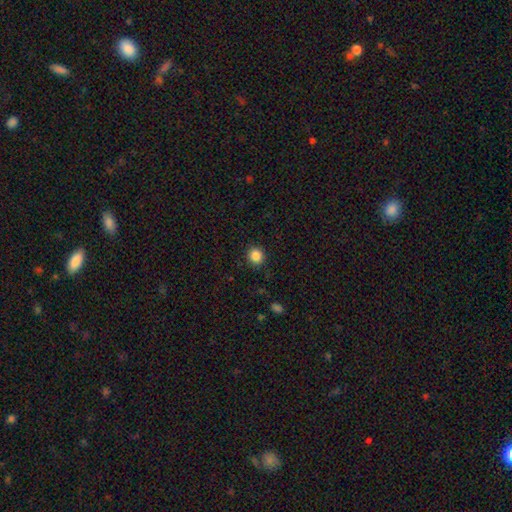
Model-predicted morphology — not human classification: This appears to be a smooth galaxy with no disk features (86%) that is round (89%). Merging: none (89%).